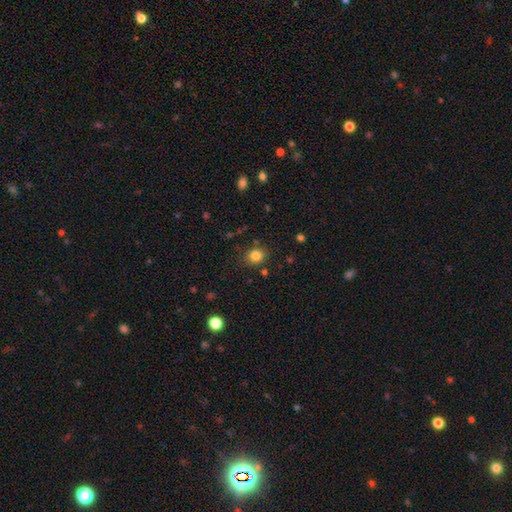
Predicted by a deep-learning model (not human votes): The model was most divided on "how rounded": round: 69%, in between: 30%, cigar-shaped: 1%. More confident: smooth or featured — smooth (82%); merging — none (81%).